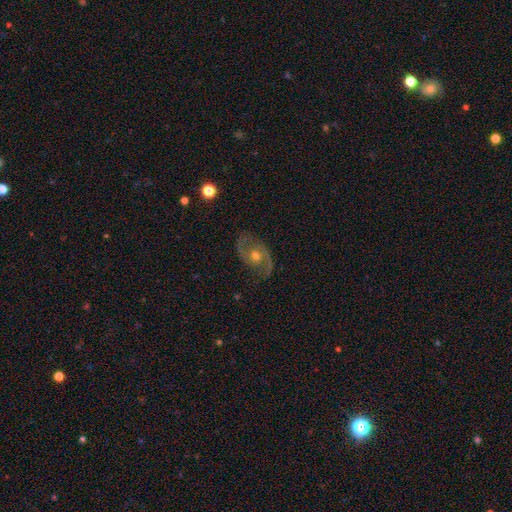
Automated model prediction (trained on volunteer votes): Smooth or featured?
  - featured or disk: 86% *
  - smooth: 7%
  - star or artifact: 6%
Edge-on disk?
  - no: 97% *
  - yes: 3%
Bar?
  - no: 70% *
  - weak: 24%
  - strong: 6%
Spiral arms?
  - yes: 95% *
  - no: 5%
Spiral winding?
  - medium: 54% *
  - tight: 27%
  - loose: 20%
Spiral arm count?
  - 2: 90% *
  - can't tell: 4%
  - 1: 2%
  - 3: 2%
  - 4: 1%
  - more than 4: 1%
Bulge size?
  - moderate: 70% *
  - small: 24%
  - large: 4%
  - none: 1%
  - dominant: 1%
Merging?
  - none: 80% *
  - minor disturbance: 13%
  - major disturbance: 5%
  - merger: 1%